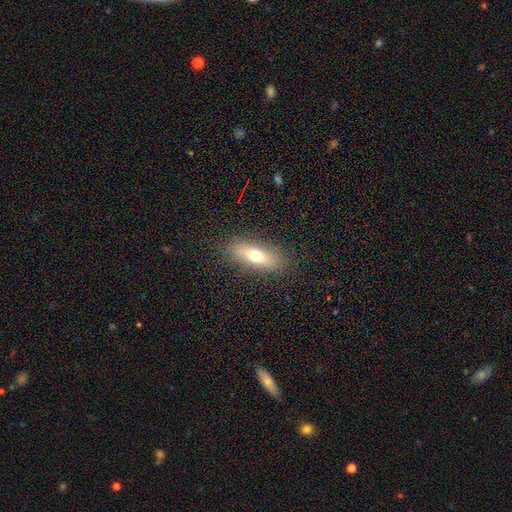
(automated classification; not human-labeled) Q: Smooth or featured?
A: smooth (65%); runner-up: featured or disk (26%)
Q: How rounded?
A: in between (56%); runner-up: cigar-shaped (40%)
Q: Merging?
A: none (86%); runner-up: minor disturbance (10%)